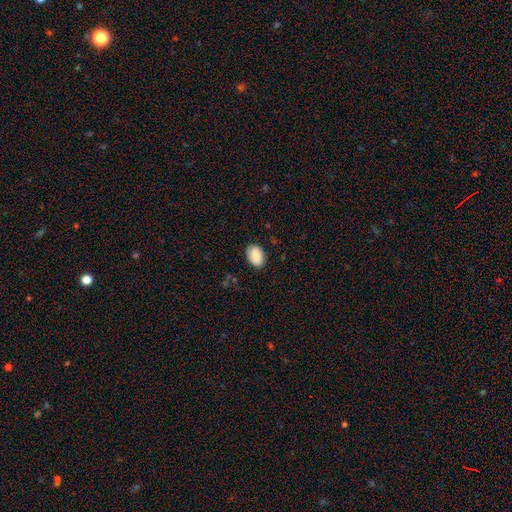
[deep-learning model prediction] A smooth galaxy with no disk features (86%) that is in between round and cigar-shaped (83%). Merging: none (83%).